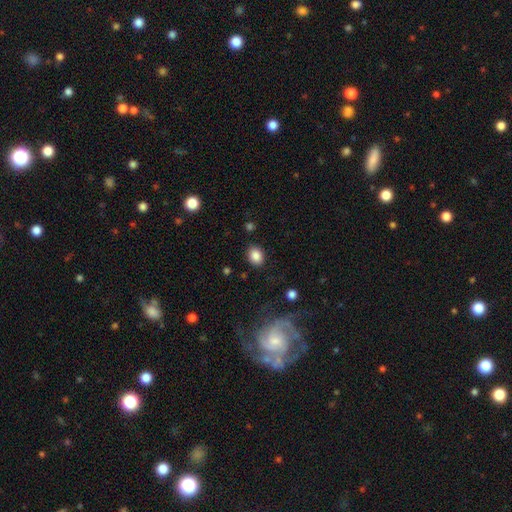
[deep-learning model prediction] Smooth or featured? Predicted: smooth (p=0.86). How rounded? Predicted: in between (p=0.56). Merging? Predicted: none (p=0.86).